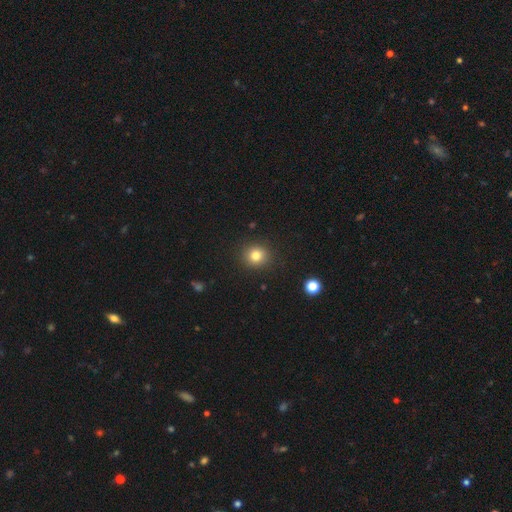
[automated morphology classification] smooth 81%, star or artifact 12%, featured or disk 7%. Down the decision tree: how rounded — round (87%); merging — none (90%).